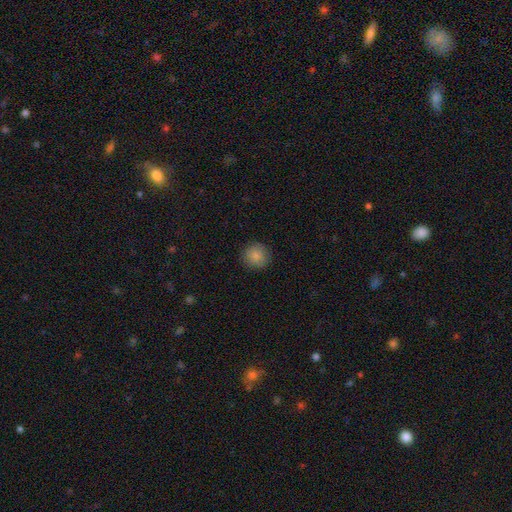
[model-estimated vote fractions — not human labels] smooth-or-featured: smooth: 85% | star or artifact: 9% | featured or disk: 5%
  how-rounded: round: 94% | in between: 5% | cigar-shaped: 1%
  merging: none: 89% | minor disturbance: 8% | major disturbance: 2% | merger: 1%